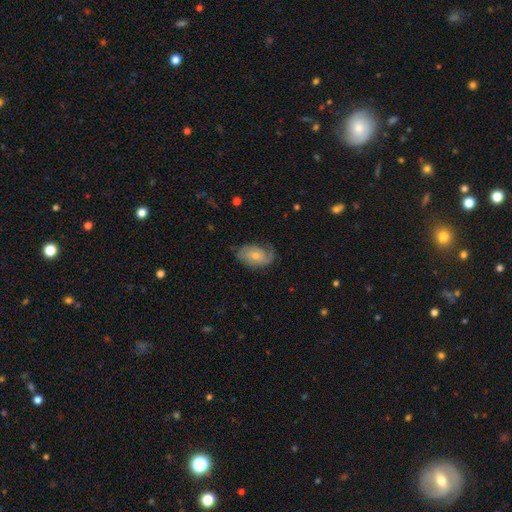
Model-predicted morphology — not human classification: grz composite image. It shows a featured or disk galaxy (62%) with no bar (71%), 2 (53%) tight (46%) spiral arms (87%) and a moderate central bulge (48%). Merging: none (63%).